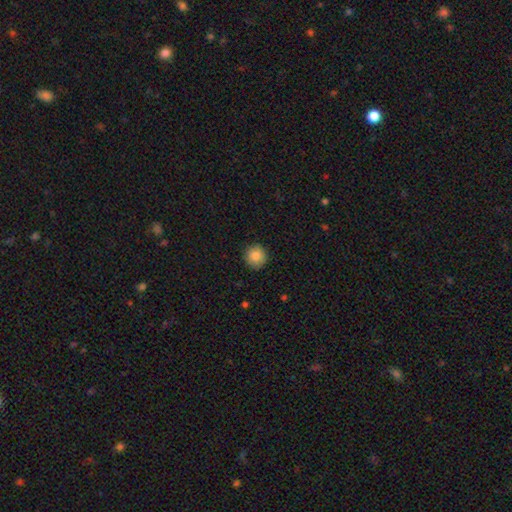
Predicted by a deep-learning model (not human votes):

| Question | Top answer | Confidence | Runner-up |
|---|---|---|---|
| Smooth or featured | smooth | 85% | star or artifact (9%) |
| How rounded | round | 94% | in between (5%) |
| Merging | none | 88% | minor disturbance (9%) |